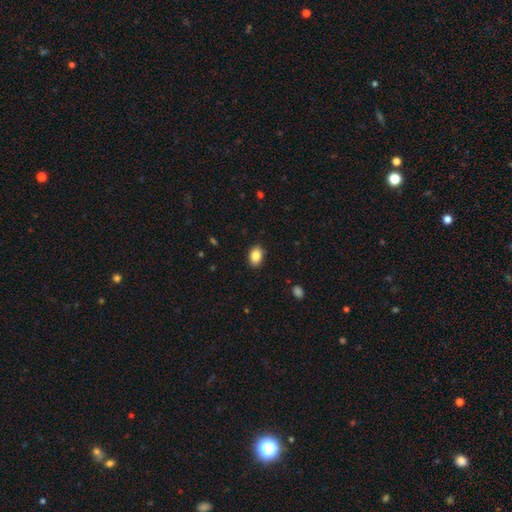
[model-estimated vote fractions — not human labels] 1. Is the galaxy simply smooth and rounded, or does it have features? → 86% smooth, 8% star or artifact, 6% featured or disk.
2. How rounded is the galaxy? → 78% in between, 21% round, 1% cigar-shaped.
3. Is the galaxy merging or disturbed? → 88% none, 9% minor disturbance, 2% major disturbance, 1% merger.